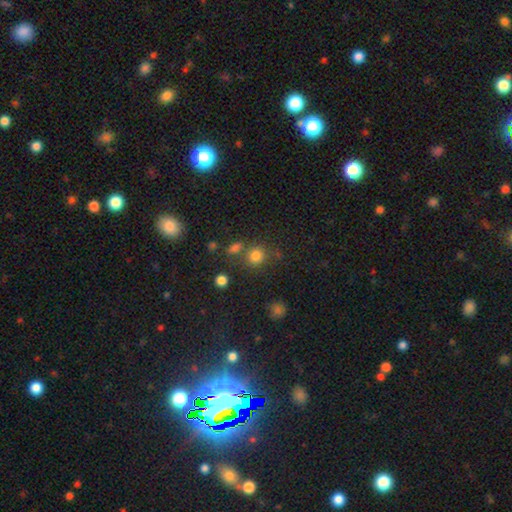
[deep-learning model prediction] Morphology: type=smooth (78%); roundness=round (81%); merging=none (64%).